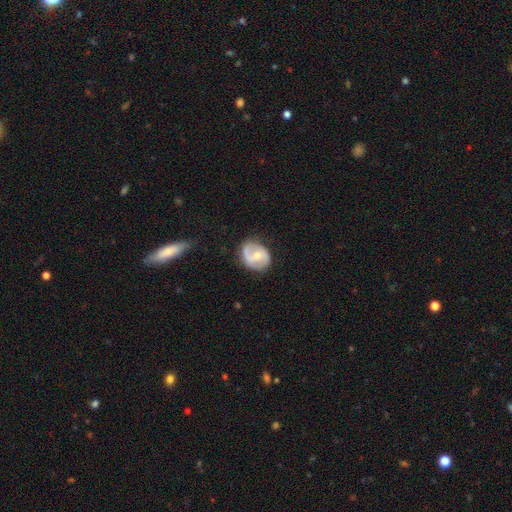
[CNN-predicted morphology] smooth_or_featured: featured or disk (p=0.65) [alt: smooth p=0.29]
disk_edge_on: no (p=0.97) [alt: yes p=0.03]
bar: weak (p=0.41) [alt: no p=0.39]
has_spiral_arms: yes (p=0.74) [alt: no p=0.26]
bulge_size: moderate (p=0.55) [alt: small p=0.41]
merging: none (p=0.69) [alt: minor disturbance p=0.22]